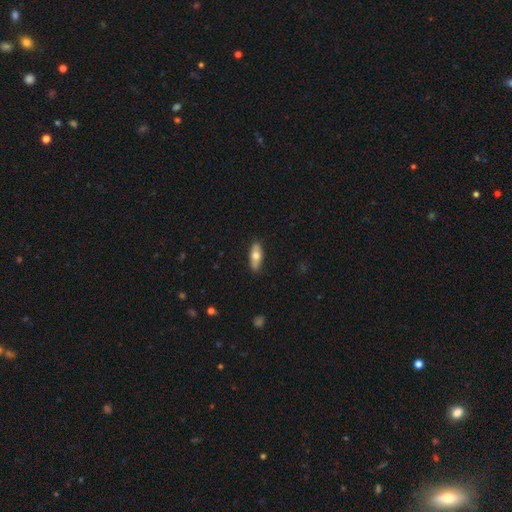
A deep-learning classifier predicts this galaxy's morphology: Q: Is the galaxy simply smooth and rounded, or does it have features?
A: smooth — 64%.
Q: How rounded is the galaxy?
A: in between — 67%.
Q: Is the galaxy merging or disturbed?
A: none — 87%.